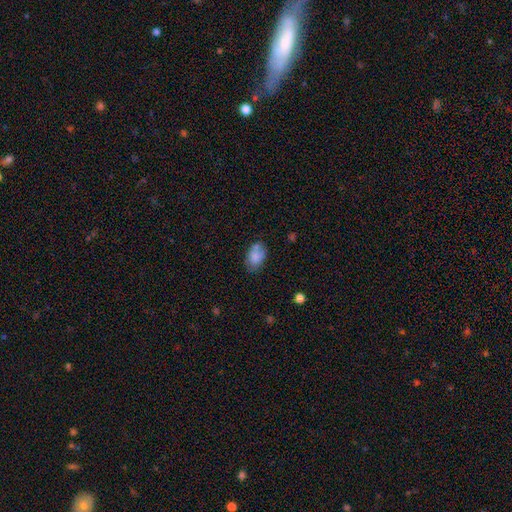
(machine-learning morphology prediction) The model was most divided on "merging": none: 56%, minor disturbance: 24%, merger: 14%, major disturbance: 7%. More confident: how rounded — in between (84%); smooth or featured — smooth (77%).